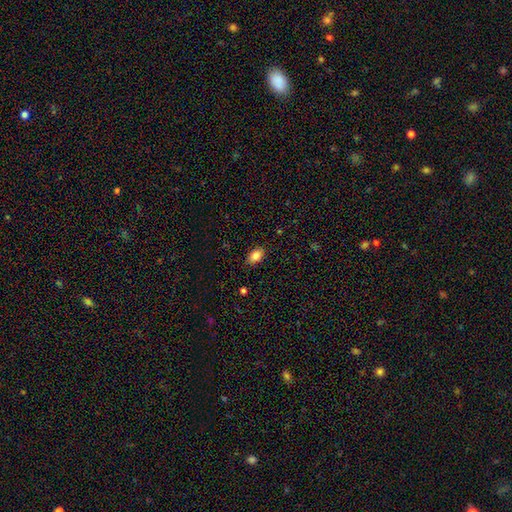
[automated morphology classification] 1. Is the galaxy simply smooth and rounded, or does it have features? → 85% smooth, 9% star or artifact, 7% featured or disk.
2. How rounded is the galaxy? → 85% in between, 14% round, 2% cigar-shaped.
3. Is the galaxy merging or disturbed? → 86% none, 11% minor disturbance, 2% major disturbance, 1% merger.